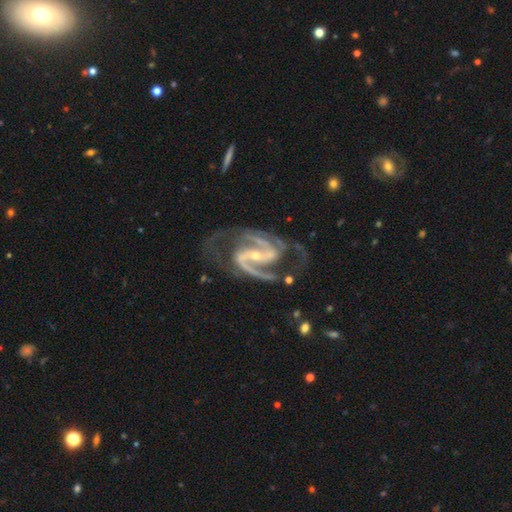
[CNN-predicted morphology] Overall: featured or disk (94%). Edge-on disk: no (98%). Bar: strong (58%; weak 28%). Spiral arms: yes (99%). Spiral arm count: 2 (86%). Spiral winding: medium (64%). Bulge size: small (69%). Merging: none (64%).